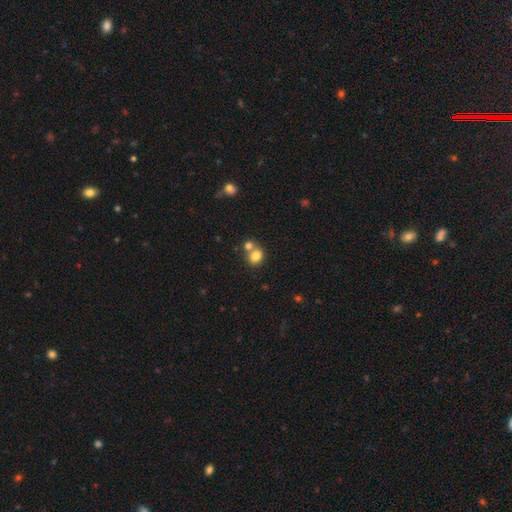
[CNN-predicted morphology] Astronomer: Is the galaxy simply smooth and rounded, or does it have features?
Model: smooth — 81%.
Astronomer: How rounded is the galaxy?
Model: round — 56% (runner-up: in between, 43%).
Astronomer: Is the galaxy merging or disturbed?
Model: none — 44%, tied with merger at 44%.